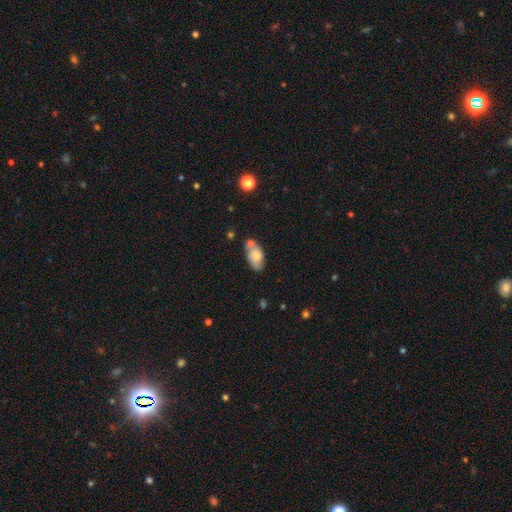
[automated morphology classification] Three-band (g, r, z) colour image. It shows a smooth galaxy with no disk features (67%) that is in between round and cigar-shaped (91%). Merging: none (55%).